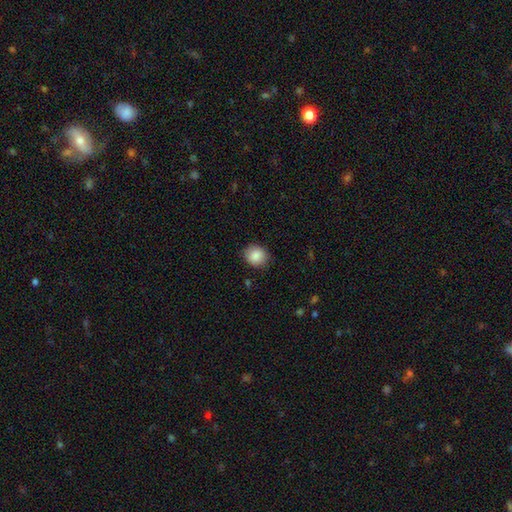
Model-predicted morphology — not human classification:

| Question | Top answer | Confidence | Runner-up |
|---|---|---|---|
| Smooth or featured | smooth | 88% | star or artifact (8%) |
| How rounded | round | 72% | in between (27%) |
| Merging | none | 86% | minor disturbance (10%) |